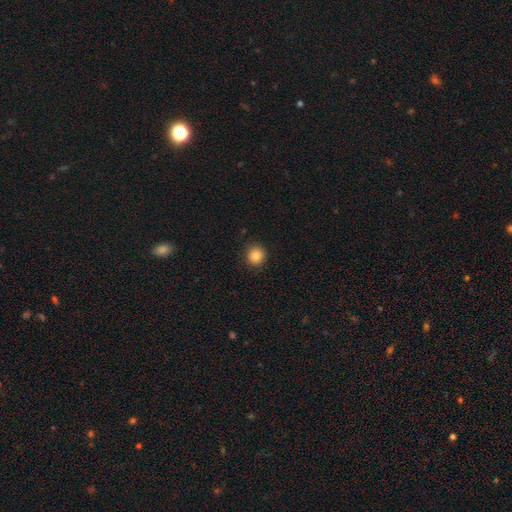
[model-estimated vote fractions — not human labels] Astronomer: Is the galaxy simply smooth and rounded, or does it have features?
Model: smooth — 85%.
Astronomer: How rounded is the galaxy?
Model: round — 94%.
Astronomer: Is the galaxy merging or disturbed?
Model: none — 91%.